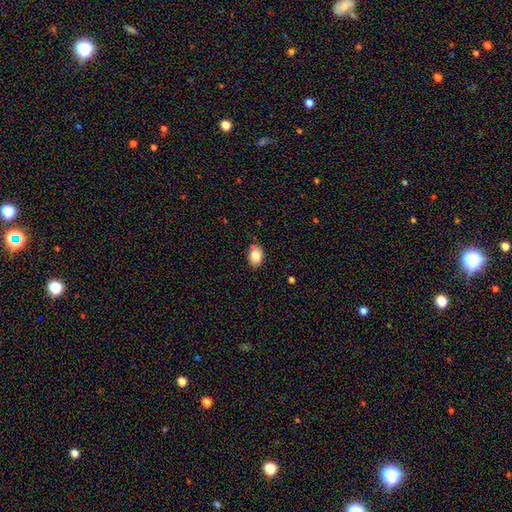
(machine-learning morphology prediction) smooth-or-featured: smooth: 82% | featured or disk: 10% | star or artifact: 8%
  how-rounded: in between: 77% | round: 22% | cigar-shaped: 1%
  merging: none: 81% | minor disturbance: 15% | major disturbance: 2% | merger: 2%